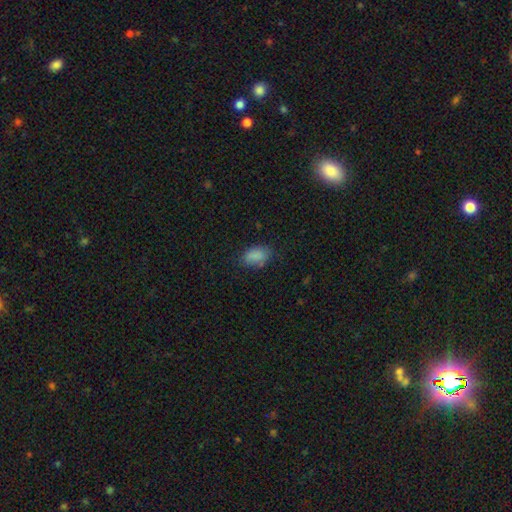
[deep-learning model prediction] A smooth galaxy with no disk features (84%) that is in between round and cigar-shaped (88%).

Vote fractions:
- Smooth or featured? smooth: 84% / star or artifact: 10% / featured or disk: 6%
- How rounded? in between: 88% / round: 10% / cigar-shaped: 2%
- Merging? none: 72% / minor disturbance: 21% / major disturbance: 6% / merger: 2%